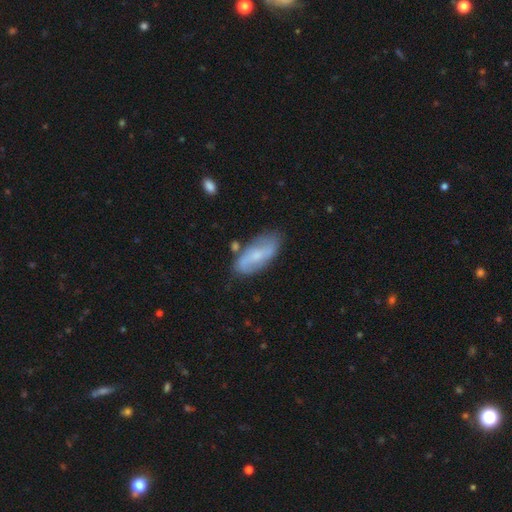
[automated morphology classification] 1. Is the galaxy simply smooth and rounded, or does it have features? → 56% featured or disk, 37% smooth, 7% star or artifact.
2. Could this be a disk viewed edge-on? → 90% no, 10% yes.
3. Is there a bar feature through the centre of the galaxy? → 44% no, 40% weak, 15% strong.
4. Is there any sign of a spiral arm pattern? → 84% yes, 16% no.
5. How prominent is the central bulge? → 59% small, 31% moderate, 7% none, 2% large, 1% dominant.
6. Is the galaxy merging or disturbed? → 73% none, 18% minor disturbance, 5% merger, 4% major disturbance.